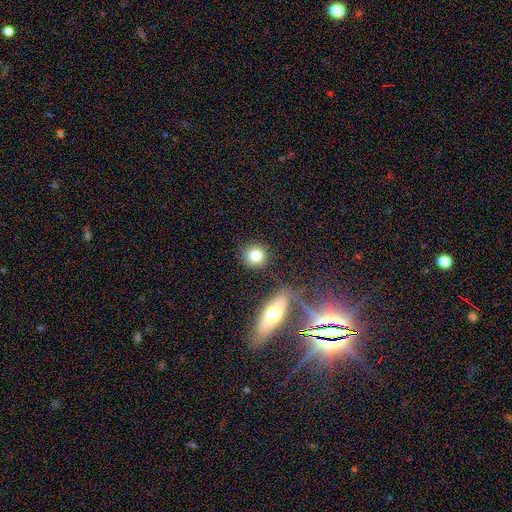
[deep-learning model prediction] Q: Smooth or featured?
A: smooth (79%); runner-up: star or artifact (11%)
Q: How rounded?
A: round (86%); runner-up: in between (12%)
Q: Merging?
A: none (83%); runner-up: minor disturbance (9%)